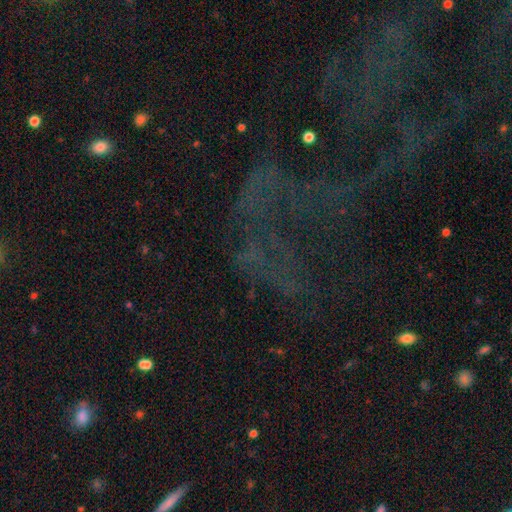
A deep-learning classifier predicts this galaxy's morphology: Smooth or featured: star or artifact — 60% (featured or disk — 21%)